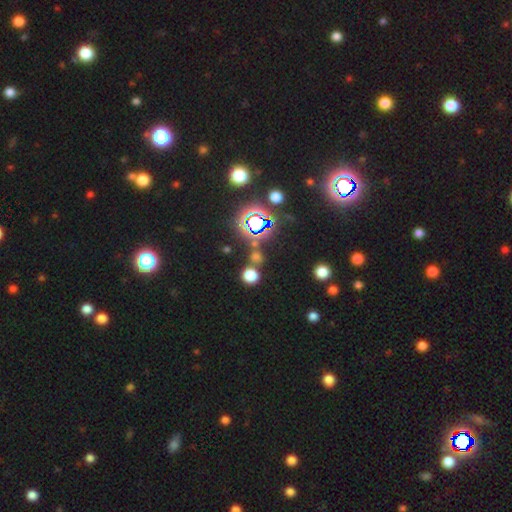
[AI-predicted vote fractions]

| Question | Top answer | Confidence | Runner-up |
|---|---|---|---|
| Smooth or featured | star or artifact | 47% | tied: smooth (47%) |